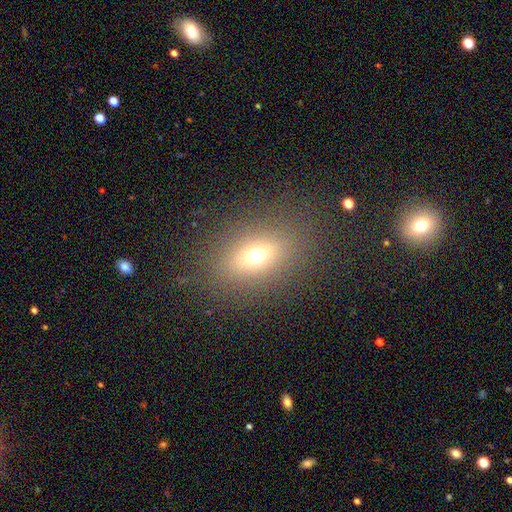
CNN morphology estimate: Smooth or featured? smooth (66%)
How rounded? in between (66%)
Merging? none (83%)